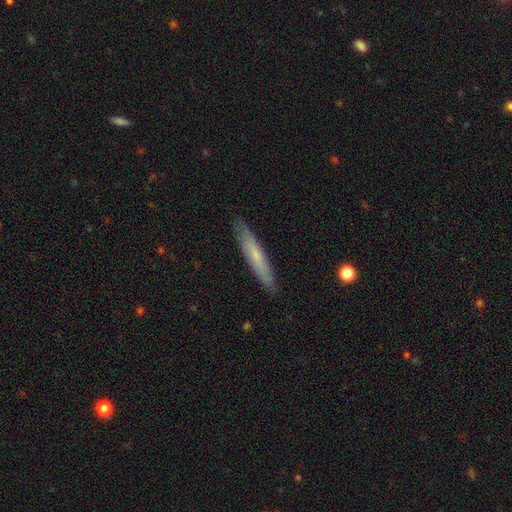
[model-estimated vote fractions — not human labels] smooth-or-featured: smooth: 57% | featured or disk: 37% | star or artifact: 6%
  how-rounded: cigar-shaped: 93% | in between: 6% | round: 1%
  merging: none: 88% | minor disturbance: 9% | major disturbance: 2% | merger: 1%